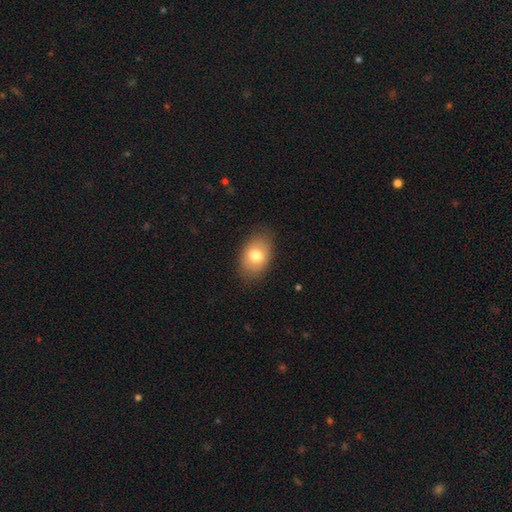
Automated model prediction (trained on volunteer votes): smooth 75%, featured or disk 18%, star or artifact 8%. Down the decision tree: how rounded — in between (81%); merging — none (82%).